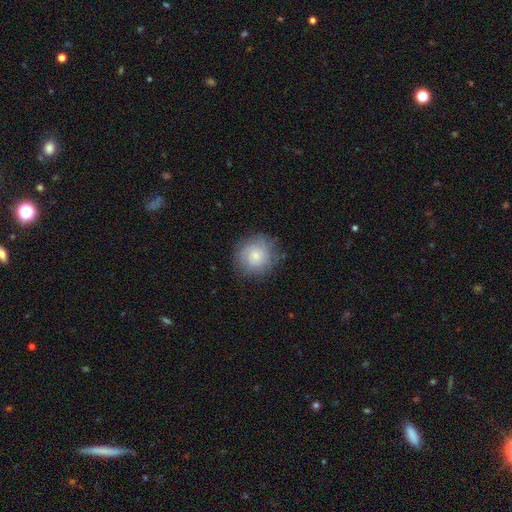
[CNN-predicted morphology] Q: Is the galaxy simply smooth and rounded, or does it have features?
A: smooth — 54%.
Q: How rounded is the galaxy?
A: round — 88%.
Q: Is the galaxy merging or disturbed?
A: none — 79%.